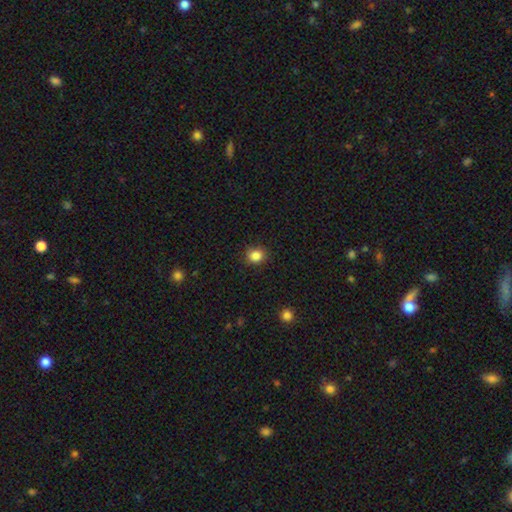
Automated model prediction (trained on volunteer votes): Overall: smooth (85%). How rounded: round (79%). Merging: none (86%).